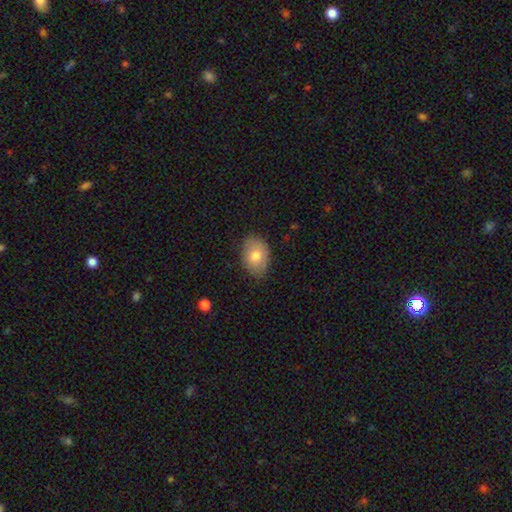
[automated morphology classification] smooth 75%, featured or disk 18%, star or artifact 7%. Down the decision tree: how rounded — in between (78%); merging — none (75%).